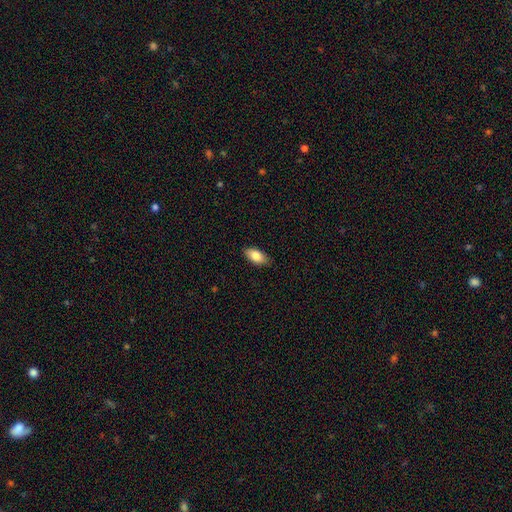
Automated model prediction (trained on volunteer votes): smooth_or_featured: smooth (p=0.85) [alt: featured or disk p=0.09]
how_rounded: in between (p=0.91) [alt: cigar-shaped p=0.06]
merging: none (p=0.86) [alt: minor disturbance p=0.11]